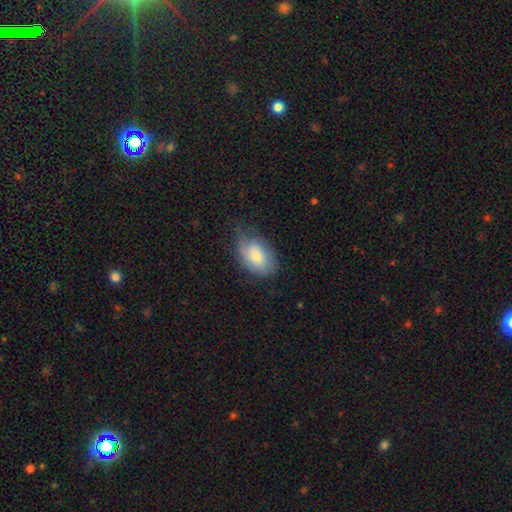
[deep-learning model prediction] Smooth or featured? smooth (67%)
How rounded? in between (90%)
Merging? none (55%)